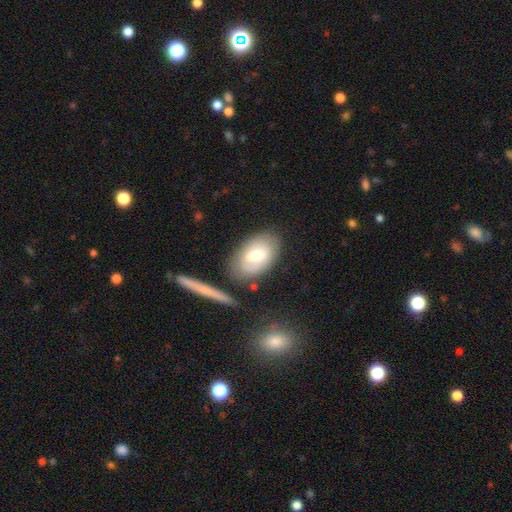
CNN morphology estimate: Smooth or featured?
  - smooth: 63% *
  - featured or disk: 30%
  - star or artifact: 7%
How rounded?
  - in between: 90% *
  - round: 8%
  - cigar-shaped: 2%
Merging?
  - none: 72% *
  - minor disturbance: 16%
  - merger: 6%
  - major disturbance: 6%